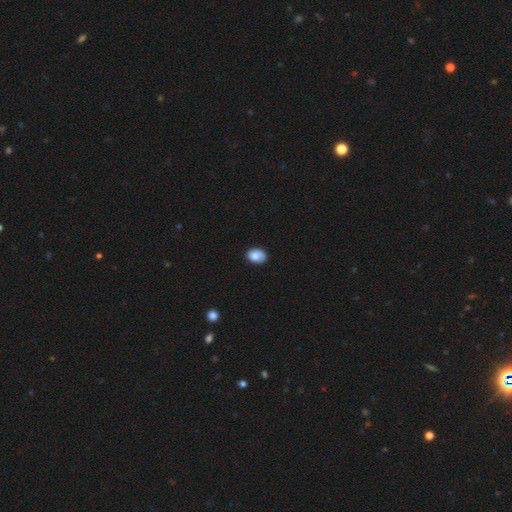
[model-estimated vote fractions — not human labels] smooth_or_featured: smooth (p=0.83) [alt: featured or disk p=0.09]
how_rounded: in between (p=0.68) [alt: round p=0.31]
merging: none (p=0.77) [alt: minor disturbance p=0.18]